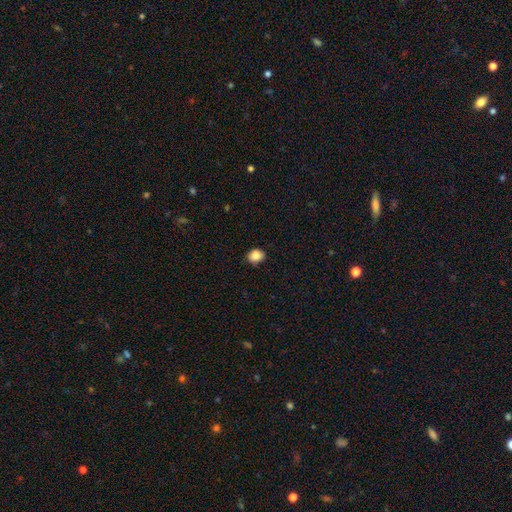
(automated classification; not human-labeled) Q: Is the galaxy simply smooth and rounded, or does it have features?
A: smooth — 87%.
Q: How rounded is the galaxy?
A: round — 61%.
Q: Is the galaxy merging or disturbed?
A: none — 82%.